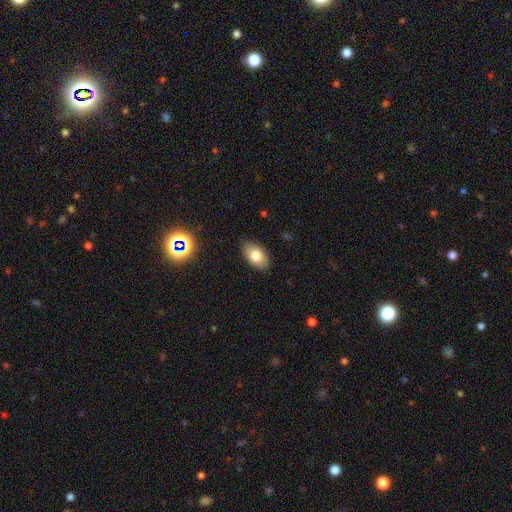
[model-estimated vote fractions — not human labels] This appears to be a smooth galaxy with no disk features (79%) that is in between round and cigar-shaped (92%). Merging: none (87%).